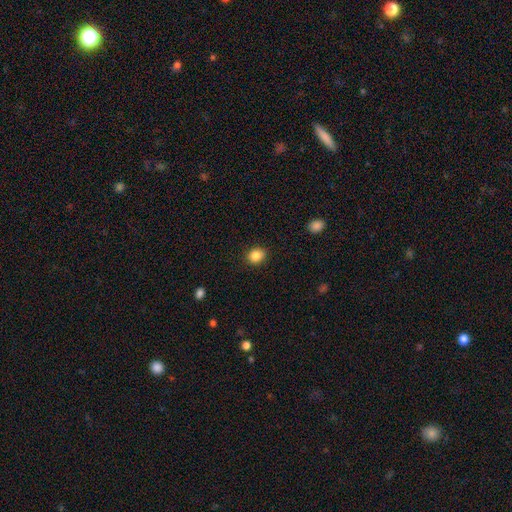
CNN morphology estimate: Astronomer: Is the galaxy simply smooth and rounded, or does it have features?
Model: smooth — 86%.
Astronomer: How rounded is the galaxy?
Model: round — 60% (runner-up: in between, 39%).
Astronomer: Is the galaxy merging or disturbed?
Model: none — 88%.